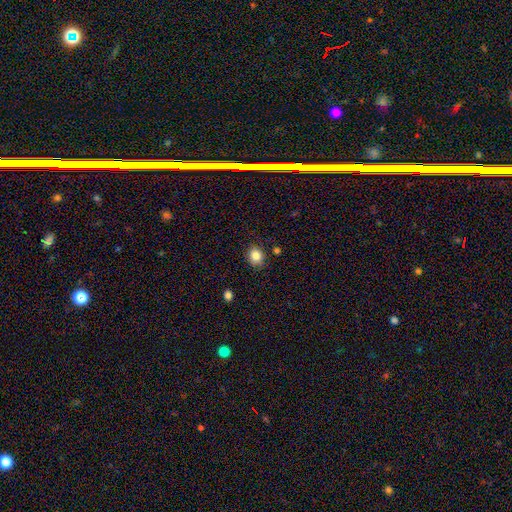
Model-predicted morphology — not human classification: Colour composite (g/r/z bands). It shows a smooth galaxy with no disk features (84%) that is round (68%). Merging: none (84%).